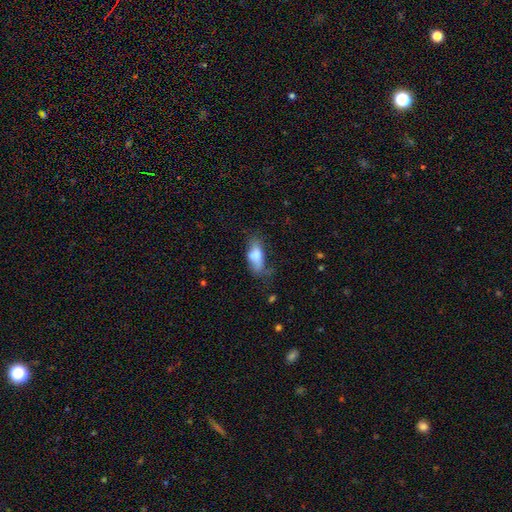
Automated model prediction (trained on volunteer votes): smooth-or-featured: smooth: 74% | featured or disk: 17% | star or artifact: 9%
  how-rounded: in between: 81% | cigar-shaped: 16% | round: 3%
  merging: none: 36% | minor disturbance: 33% | major disturbance: 25% | merger: 6%